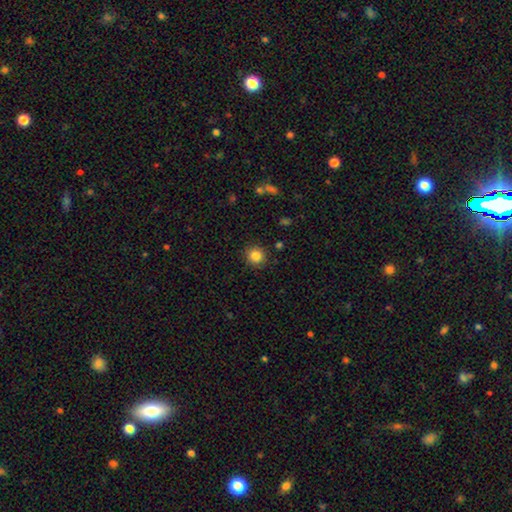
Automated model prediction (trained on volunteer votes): The model was most divided on "smooth or featured": smooth: 84%, star or artifact: 11%, featured or disk: 5%. More confident: how rounded — round (91%); merging — none (90%).